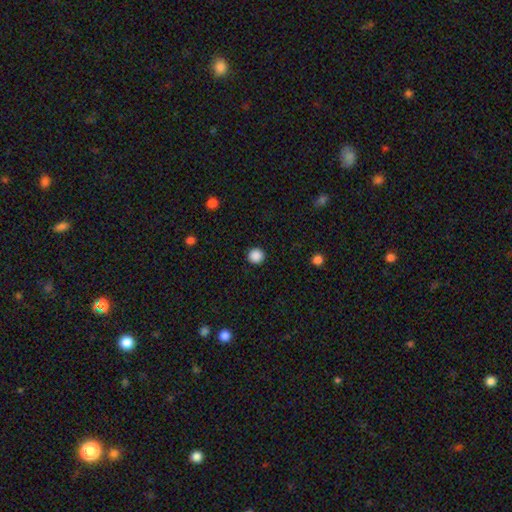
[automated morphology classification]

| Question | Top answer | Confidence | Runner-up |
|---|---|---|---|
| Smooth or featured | smooth | 88% | star or artifact (10%) |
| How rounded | round | 95% | in between (4%) |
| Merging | none | 93% | minor disturbance (4%) |